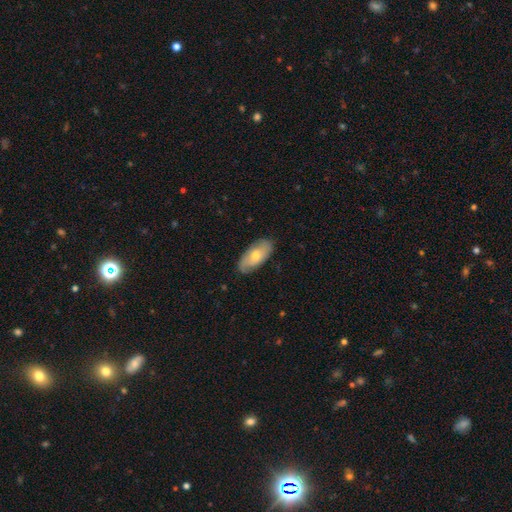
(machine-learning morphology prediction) Smooth or featured?
  - smooth: 58% *
  - featured or disk: 36%
  - star or artifact: 6%
How rounded?
  - in between: 90% *
  - cigar-shaped: 8%
  - round: 3%
Merging?
  - none: 83% *
  - minor disturbance: 13%
  - major disturbance: 2%
  - merger: 1%